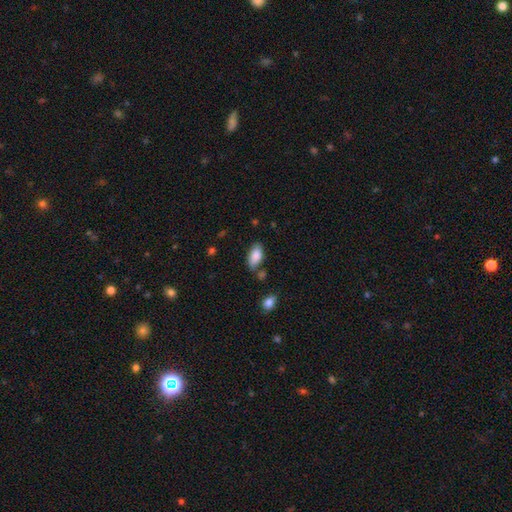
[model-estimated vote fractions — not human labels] Smooth or featured? smooth (86%)
How rounded? in between (92%)
Merging? none (68%)